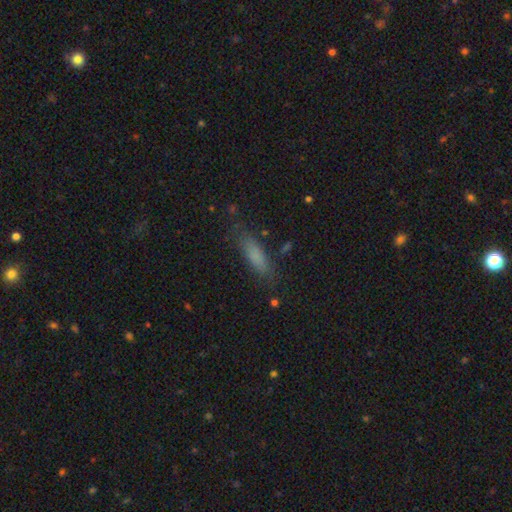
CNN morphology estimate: This is likely a smooth galaxy (78%). How rounded: possibly cigar-shaped (55%). Merging: likely none (78%).